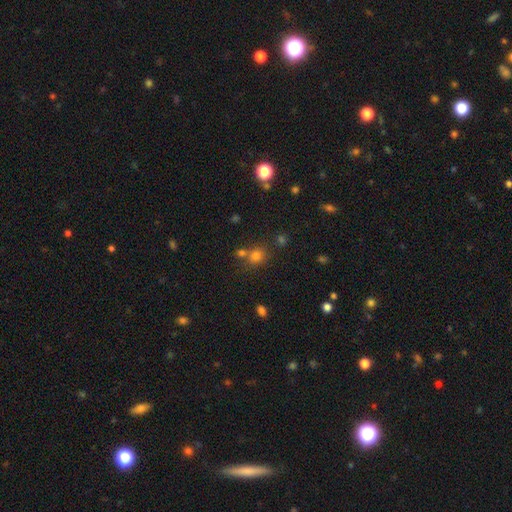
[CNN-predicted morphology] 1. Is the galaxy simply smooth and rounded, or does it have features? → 72% smooth, 20% star or artifact, 8% featured or disk.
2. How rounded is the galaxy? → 78% round, 21% in between, 1% cigar-shaped.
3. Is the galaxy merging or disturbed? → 61% none, 25% merger, 10% minor disturbance, 4% major disturbance.